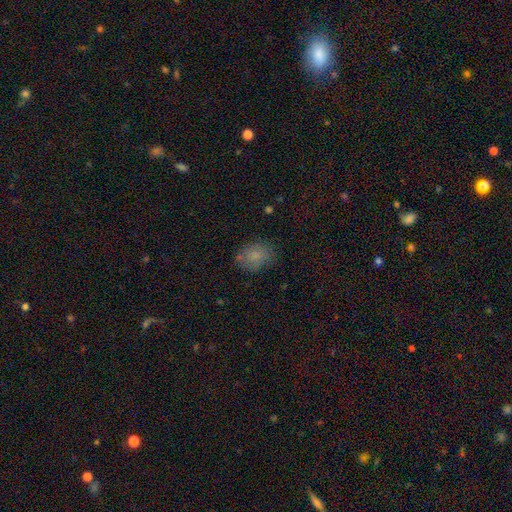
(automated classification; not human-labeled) This is likely a smooth galaxy (79%). How rounded: likely in between (61%). Merging: likely none (70%).